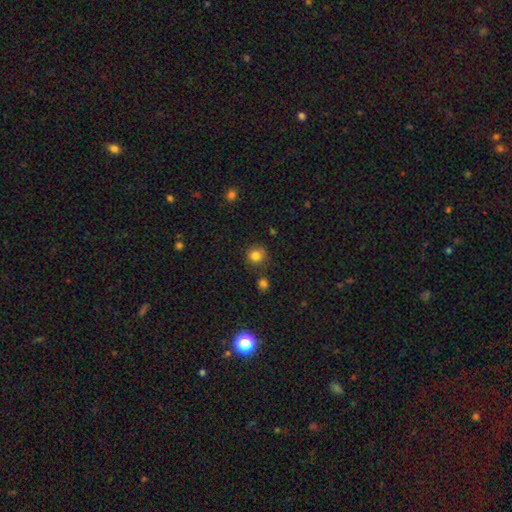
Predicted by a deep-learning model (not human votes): smooth-or-featured: smooth: 83% | star or artifact: 12% | featured or disk: 6%
  how-rounded: round: 88% | in between: 11% | cigar-shaped: 1%
  merging: none: 80% | minor disturbance: 11% | merger: 5% | major disturbance: 3%